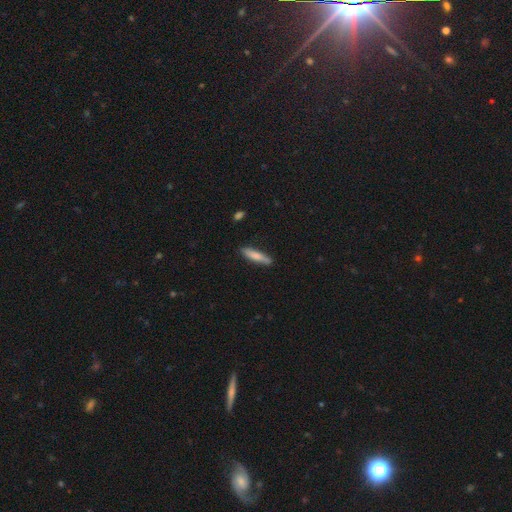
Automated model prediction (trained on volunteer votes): Smooth or featured? Predicted: smooth (p=0.77). How rounded? Predicted: cigar-shaped (p=0.85). Merging? Predicted: none (p=0.84).